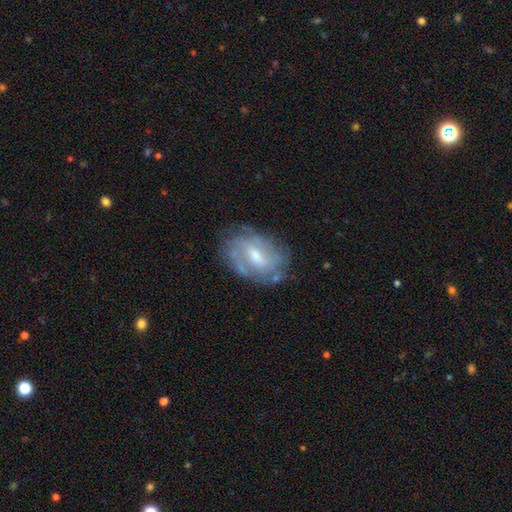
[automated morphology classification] A featured or disk galaxy (71%) with a weak bar (56%), can't tell (39%, tied with 2) tight (47%) spiral arms (78%) and a moderate central bulge (55%).

Vote fractions:
- Smooth or featured? featured or disk: 71% / smooth: 22% / star or artifact: 7%
- Edge-on disk? no: 95% / yes: 5%
- Bar? weak: 56% / strong: 24% / no: 21%
- Spiral arms? yes: 78% / no: 22%
- Spiral winding? tight: 47% / medium: 38% / loose: 15%
- Spiral arm count? can't tell: 39% (tied) / 2: 39% (tied) / 3: 11% / 1: 6% / 4: 4% / more than 4: 2%
- Bulge size? moderate: 55% / small: 30% / large: 8% / none: 6% / dominant: 1%
- Merging? none: 64% / minor disturbance: 23% / major disturbance: 10% / merger: 3%